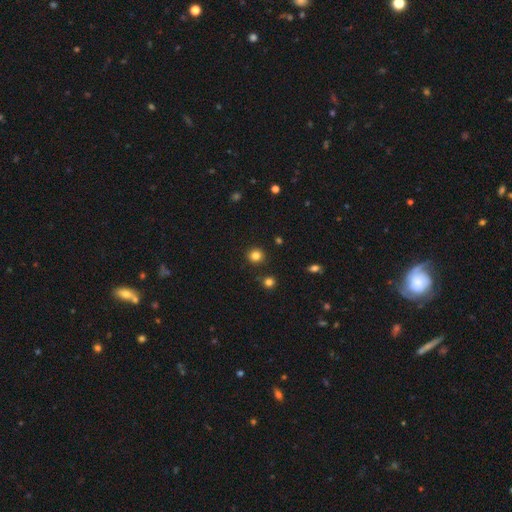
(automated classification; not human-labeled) This appears to be a smooth galaxy with no disk features (83%) that is round (91%). Merging: none (90%).